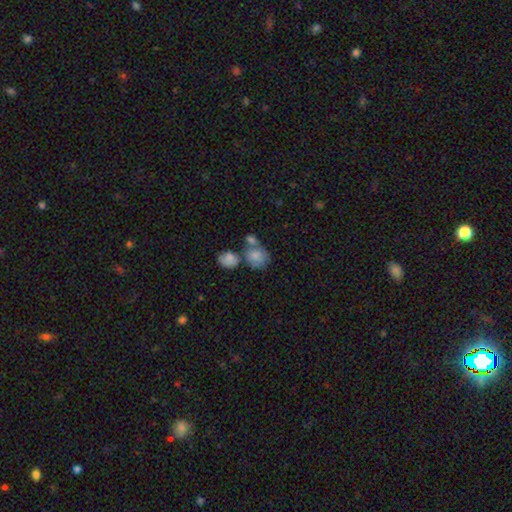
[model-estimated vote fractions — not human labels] Morphology: type=smooth (75%); roundness=in between (52%); merging=merger (48%).